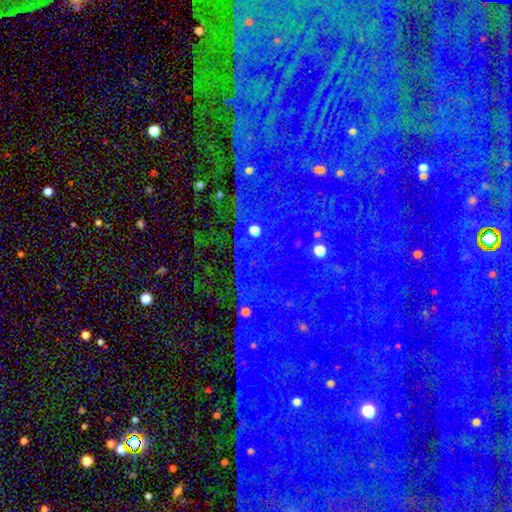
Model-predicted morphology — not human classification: Smooth or featured?
  - star or artifact: 83% *
  - featured or disk: 9%
  - smooth: 8%